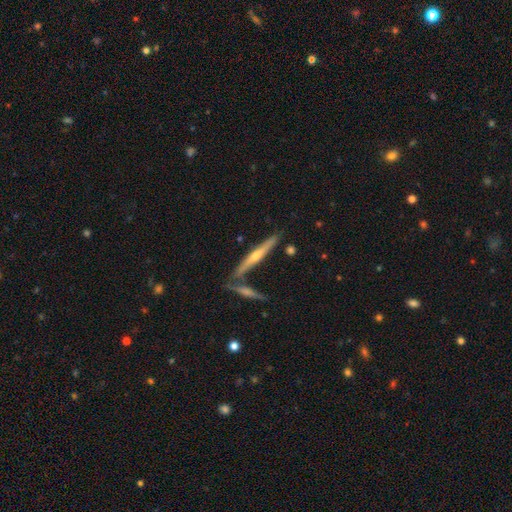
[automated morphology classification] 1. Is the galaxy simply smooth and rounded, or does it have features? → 73% featured or disk, 20% smooth, 7% star or artifact.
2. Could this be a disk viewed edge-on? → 96% yes, 4% no.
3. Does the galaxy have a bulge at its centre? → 84% rounded, 12% none, 4% boxy.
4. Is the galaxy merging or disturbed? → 75% none, 12% merger, 10% minor disturbance, 3% major disturbance.